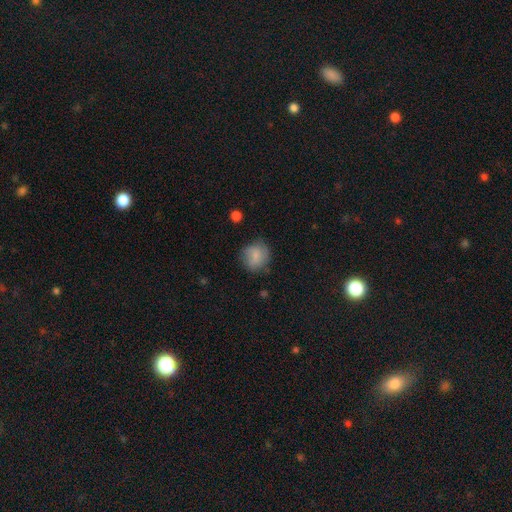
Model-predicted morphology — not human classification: Smooth or featured? smooth (80%)
How rounded? round (81%)
Merging? none (69%)